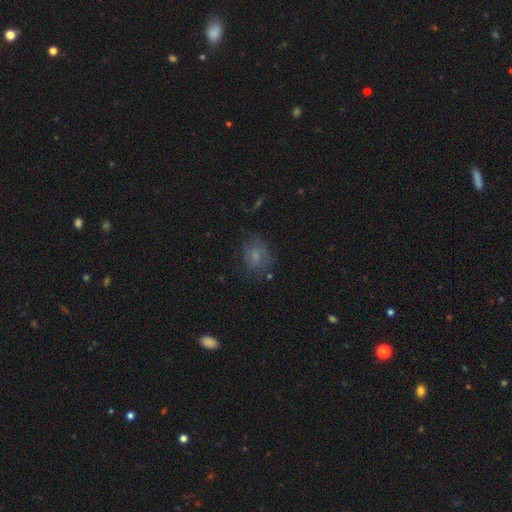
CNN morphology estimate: A smooth galaxy with no disk features (67%) that is in between round and cigar-shaped (52%). Merging: none (61%).